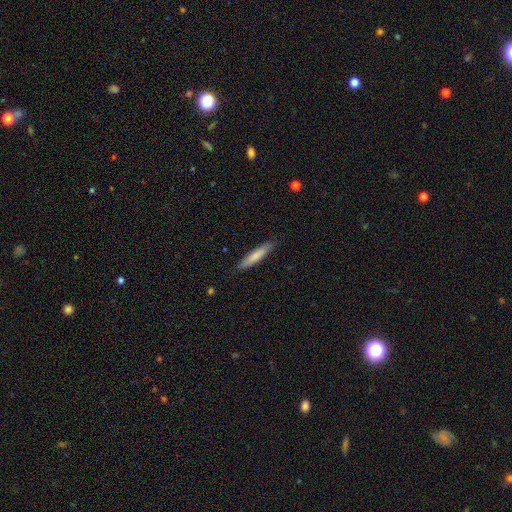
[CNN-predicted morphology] This is likely a smooth galaxy (75%). How rounded: clearly cigar-shaped (90%). Merging: clearly none (87%).